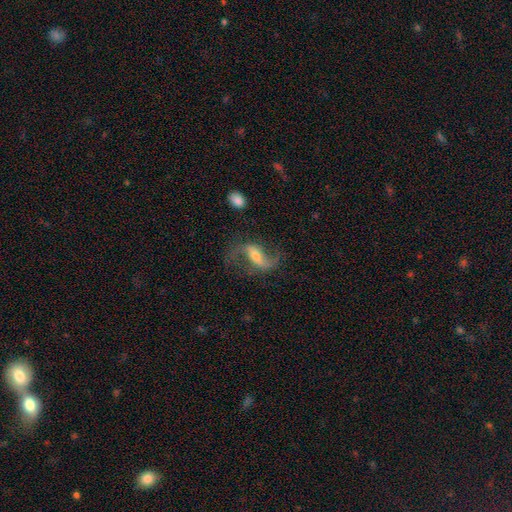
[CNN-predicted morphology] smooth_or_featured: featured or disk (p=0.83) [alt: smooth p=0.10]
disk_edge_on: no (p=0.95) [alt: yes p=0.05]
bar: weak (p=0.40) [alt: strong p=0.39]
has_spiral_arms: yes (p=0.95) [alt: no p=0.05]
spiral_winding: loose (p=0.78) [alt: medium p=0.18]
spiral_arm_count: 2 (p=0.91) [alt: 1 p=0.04]
bulge_size: moderate (p=0.42) [tied with: small p=0.42]
merging: none (p=0.68) [alt: minor disturbance p=0.15]